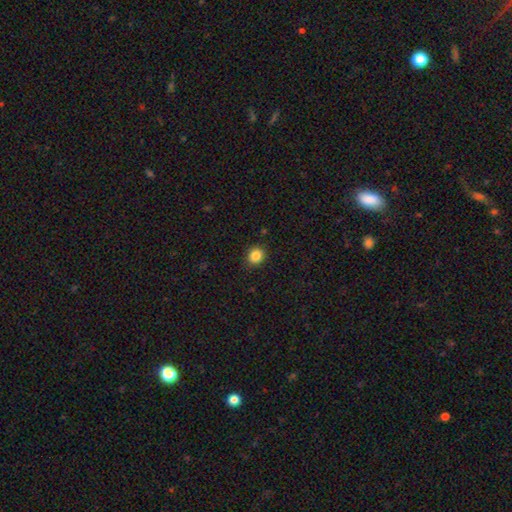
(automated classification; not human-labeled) smooth-or-featured: smooth: 86% | star or artifact: 11% | featured or disk: 3%
  how-rounded: round: 81% | in between: 18% | cigar-shaped: 1%
  merging: none: 90% | minor disturbance: 7% | major disturbance: 2% | merger: 1%